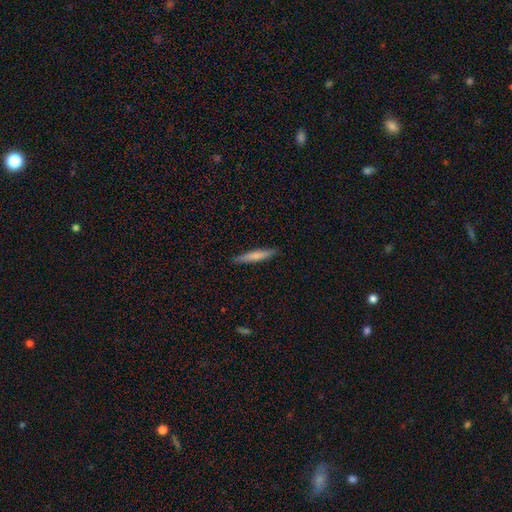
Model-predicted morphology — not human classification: Smooth or featured? smooth (73%)
How rounded? cigar-shaped (93%)
Merging? none (89%)